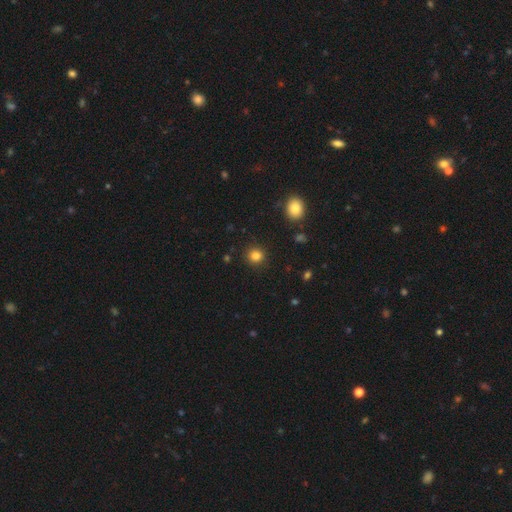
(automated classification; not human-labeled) The model was most divided on "smooth or featured": smooth: 83%, star or artifact: 12%, featured or disk: 5%. More confident: merging — none (91%); how rounded — round (90%).